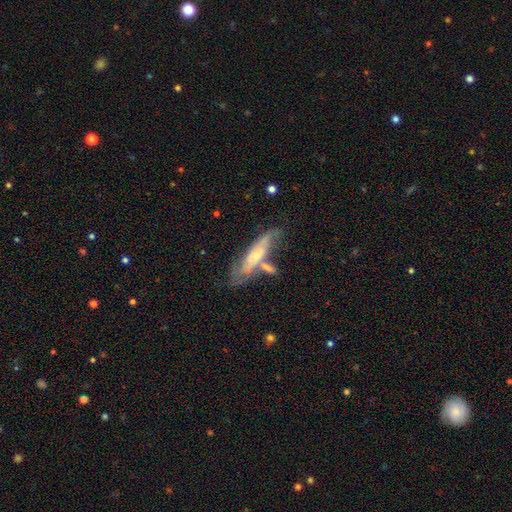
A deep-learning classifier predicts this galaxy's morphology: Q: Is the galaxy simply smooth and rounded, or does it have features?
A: featured or disk — 54%.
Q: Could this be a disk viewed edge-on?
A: no — 55%.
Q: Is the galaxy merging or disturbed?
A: none — 42%.